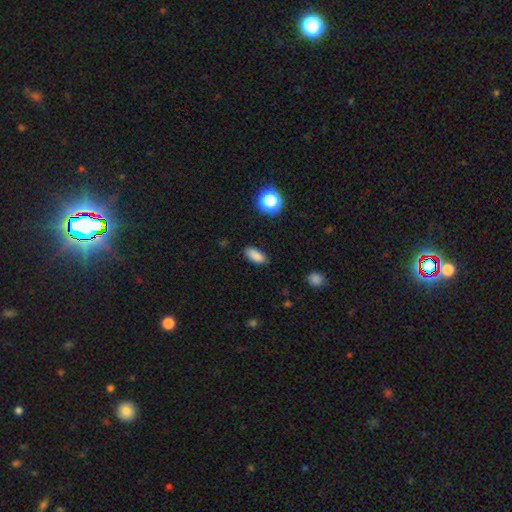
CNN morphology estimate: type=smooth (86%); roundness=in between (88%); merging=none (86%).